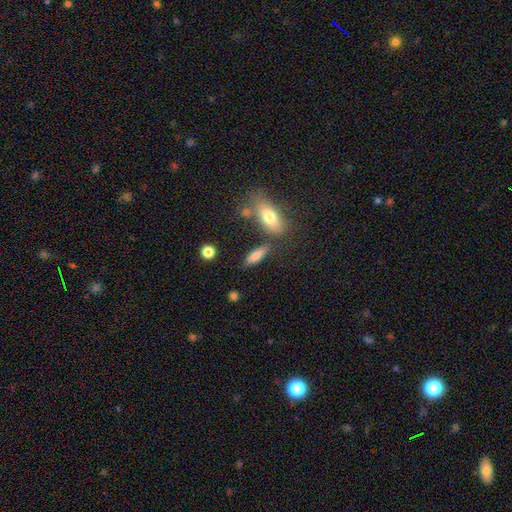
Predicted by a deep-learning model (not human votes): Overall: smooth (78%). How rounded: in between (53%; cigar-shaped 43%). Merging: none (72%).